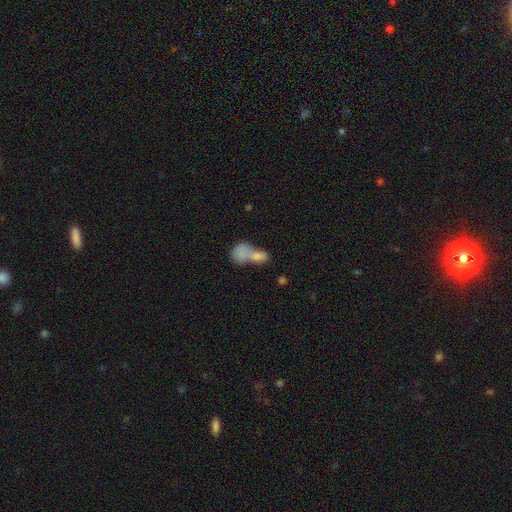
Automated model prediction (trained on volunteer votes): The model was most divided on "how rounded": in between: 69%, round: 25%, cigar-shaped: 7%. More confident: smooth or featured — smooth (72%); merging — merger (70%).